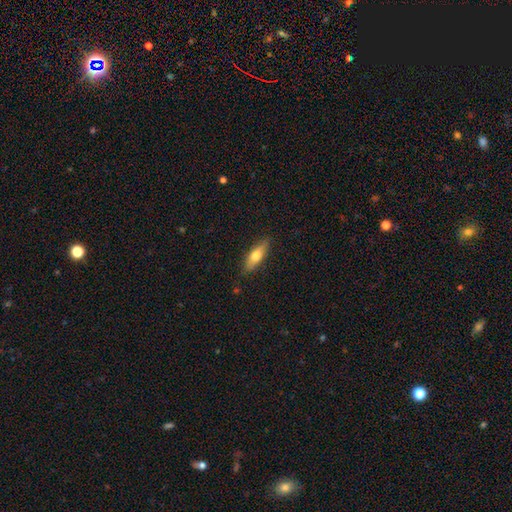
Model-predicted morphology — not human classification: This appears to be a smooth galaxy with no disk features (66%) that is in between round and cigar-shaped (51%). Merging: none (86%).